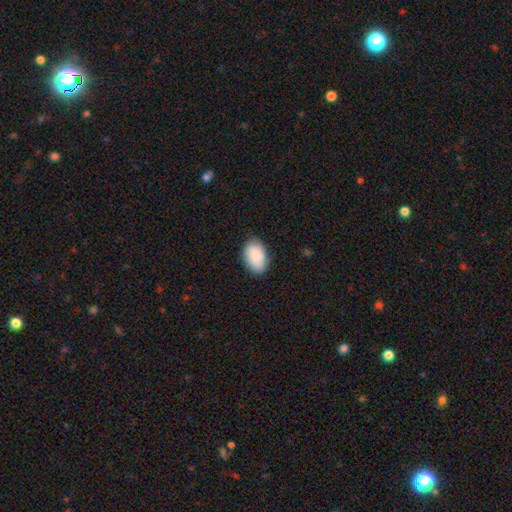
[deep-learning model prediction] Smooth or featured: smooth — 87% (featured or disk — 7%)
How rounded: in between — 92% (round — 7%)
Merging: none — 82% (minor disturbance — 15%)